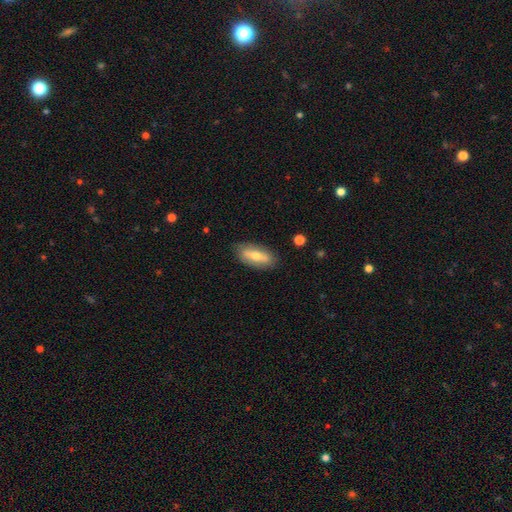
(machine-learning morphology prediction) A smooth galaxy with no disk features (55%) that is in between round and cigar-shaped (74%). Merging: none (84%).